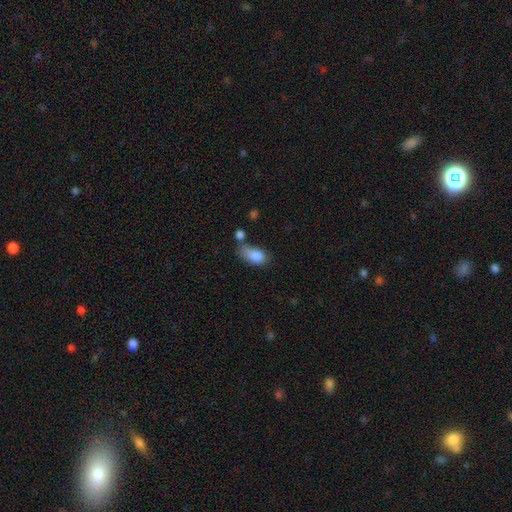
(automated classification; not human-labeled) smooth 83%, featured or disk 8%, star or artifact 8%. Down the decision tree: how rounded — in between (89%); merging — none (34%).